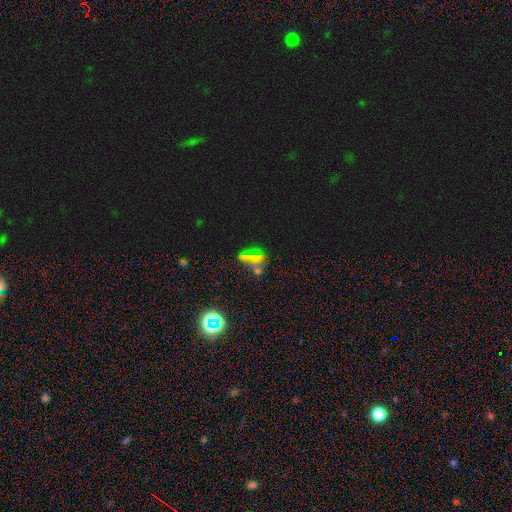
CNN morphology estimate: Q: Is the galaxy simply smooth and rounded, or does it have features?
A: star or artifact — 61%.